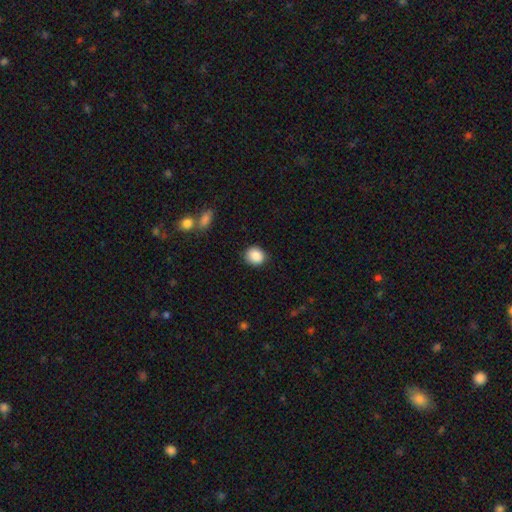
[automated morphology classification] The model was most divided on "how rounded": round: 76%, in between: 23%, cigar-shaped: 1%. More confident: smooth or featured — smooth (88%); merging — none (87%).